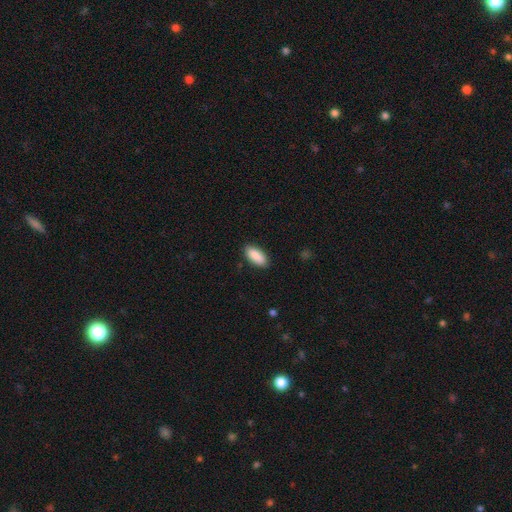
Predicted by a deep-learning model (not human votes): The model was most divided on "how rounded": in between: 86%, cigar-shaped: 12%, round: 2%. More confident: smooth or featured — smooth (90%); merging — none (87%).